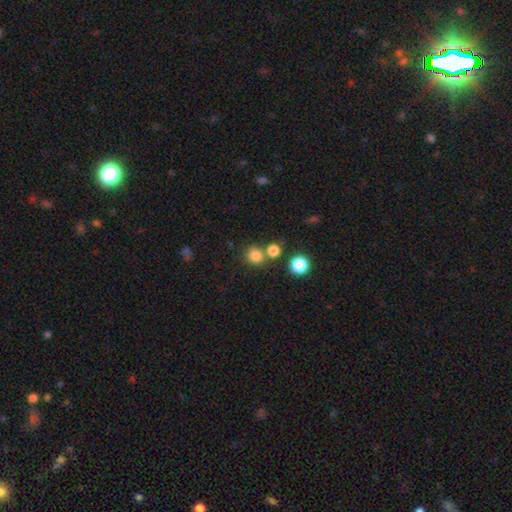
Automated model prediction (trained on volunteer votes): The model was most divided on "merging": none: 68%, merger: 20%, minor disturbance: 8%, major disturbance: 3%. More confident: how rounded — round (89%); smooth or featured — smooth (80%).